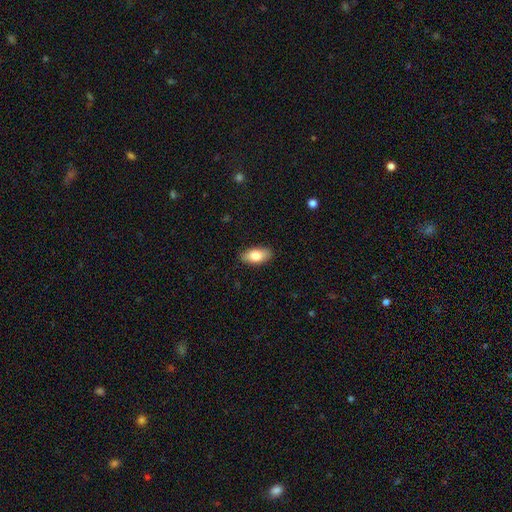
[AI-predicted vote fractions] smooth-or-featured: smooth: 81% | featured or disk: 13% | star or artifact: 7%
  how-rounded: in between: 89% | cigar-shaped: 8% | round: 4%
  merging: none: 87% | minor disturbance: 10% | major disturbance: 2% | merger: 1%